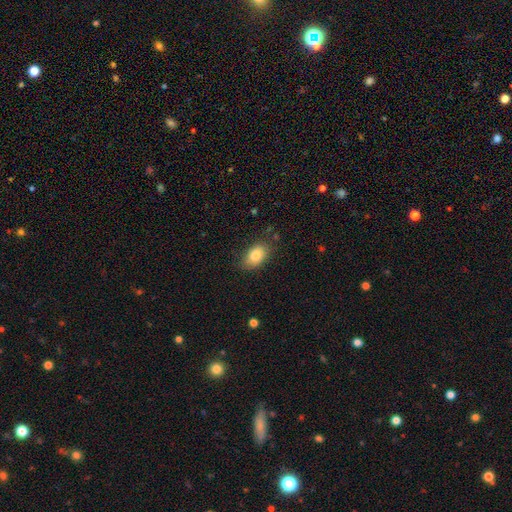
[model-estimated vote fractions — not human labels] Smooth or featured? Predicted: smooth (p=0.81). How rounded? Predicted: in between (p=0.85). Merging? Predicted: none (p=0.80).